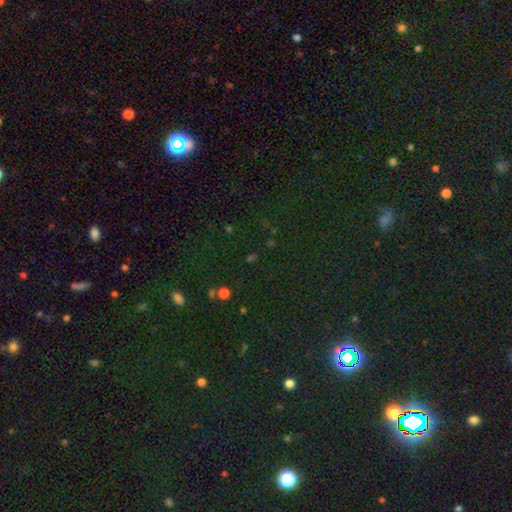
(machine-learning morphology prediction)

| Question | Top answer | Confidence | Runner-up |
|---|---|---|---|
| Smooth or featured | star or artifact | 73% | smooth (19%) |